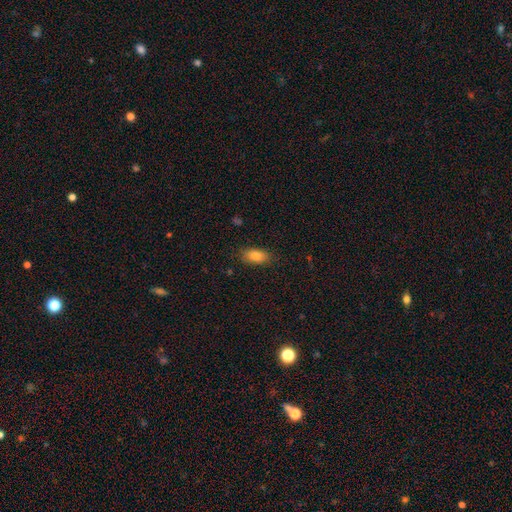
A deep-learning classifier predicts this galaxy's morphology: This is clearly a smooth galaxy (84%). How rounded: clearly in between (88%). Merging: clearly none (84%).